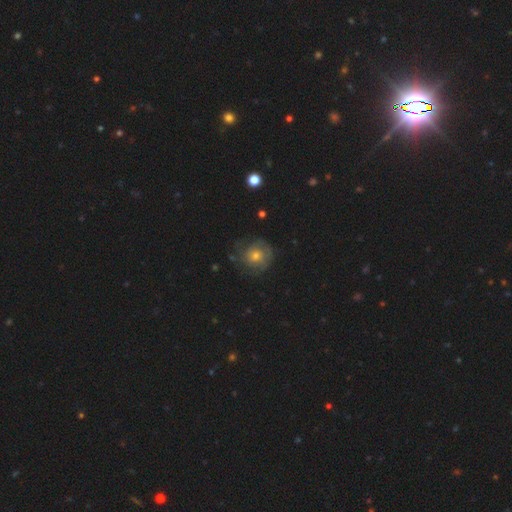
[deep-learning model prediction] Morphology: type=featured or disk (46%); merging=none (69%).